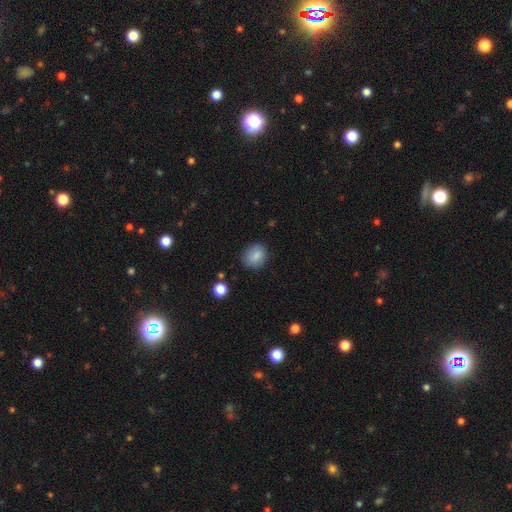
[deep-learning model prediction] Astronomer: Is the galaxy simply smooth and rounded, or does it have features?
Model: smooth — 85%.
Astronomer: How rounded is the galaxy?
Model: round — 63%.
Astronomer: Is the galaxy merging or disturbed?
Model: none — 83%.